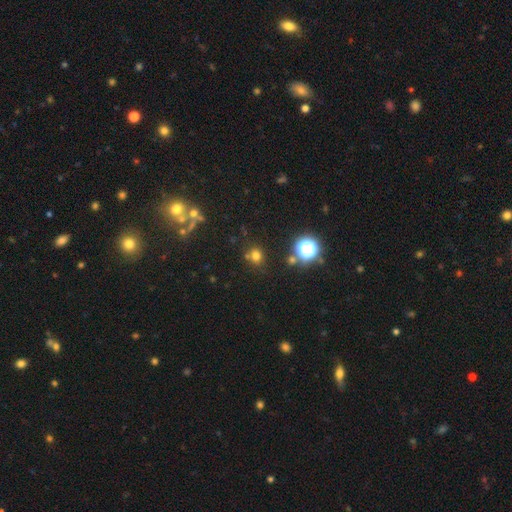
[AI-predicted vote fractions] Smooth or featured?
  - smooth: 69% *
  - star or artifact: 23%
  - featured or disk: 7%
How rounded?
  - round: 87% *
  - in between: 12%
  - cigar-shaped: 1%
Merging?
  - none: 76% *
  - merger: 10%
  - minor disturbance: 10%
  - major disturbance: 4%